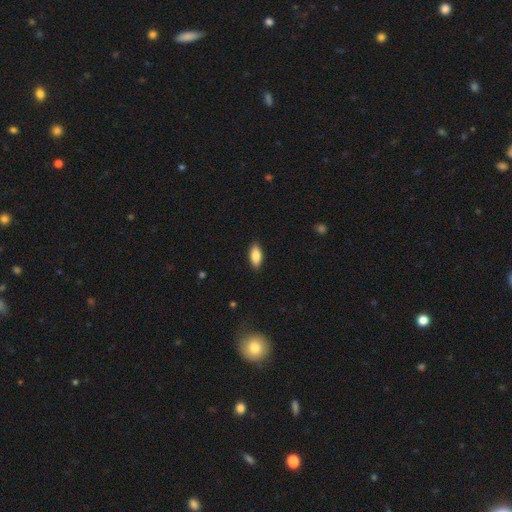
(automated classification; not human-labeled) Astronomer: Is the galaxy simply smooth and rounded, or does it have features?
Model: smooth — 85%.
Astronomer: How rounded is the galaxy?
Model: in between — 85%.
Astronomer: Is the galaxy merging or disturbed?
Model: none — 89%.